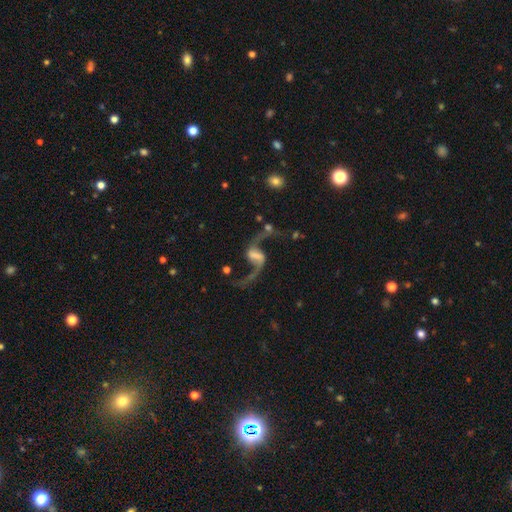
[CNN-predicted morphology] This is clearly a featured or disk galaxy (88%). It is clearly not viewed edge-on (97%). Bar: marginally weak (41%). Spiral arm pattern: clearly yes (96%). Spiral arm count: clearly 2 (93%). Spiral winding: clearly loose (91%). Central bulge: possibly none (48%). Merging: likely none (62%).